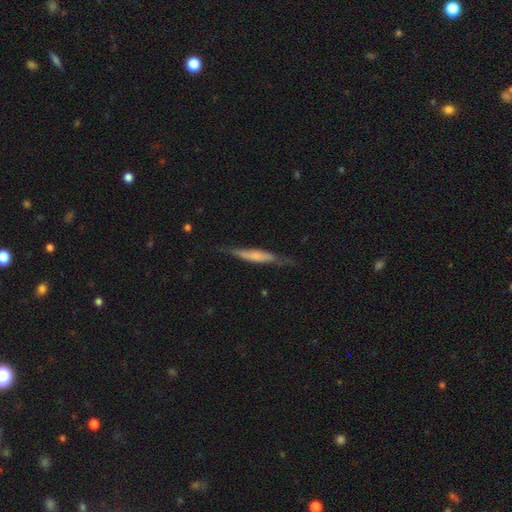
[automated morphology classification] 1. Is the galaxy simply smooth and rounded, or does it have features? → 48% featured or disk, 46% smooth, 6% star or artifact.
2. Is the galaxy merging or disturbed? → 70% none, 21% minor disturbance, 7% major disturbance, 2% merger.